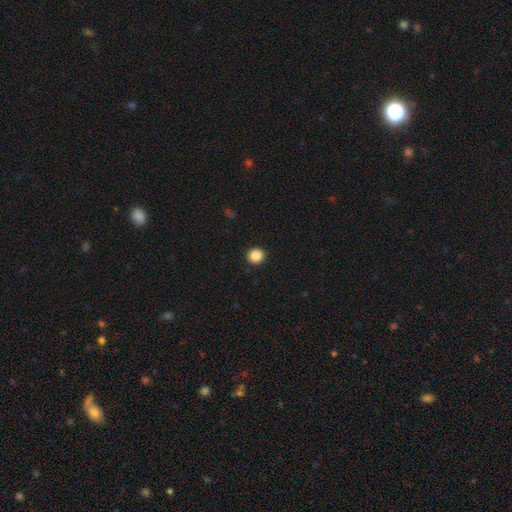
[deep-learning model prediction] A smooth galaxy with no disk features (87%) that is round (90%). Merging: none (93%).